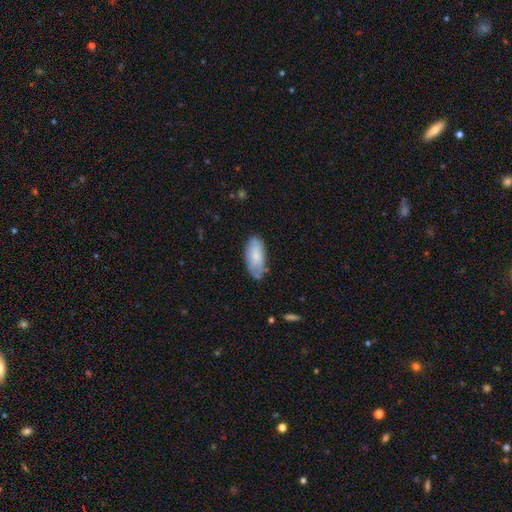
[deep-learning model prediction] Smooth or featured? smooth (76%)
How rounded? in between (91%)
Merging? none (66%)